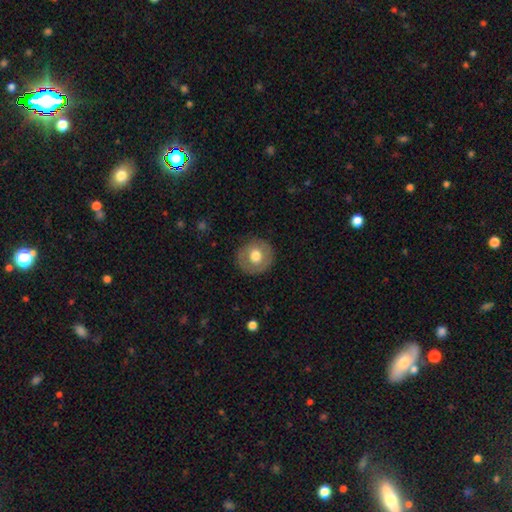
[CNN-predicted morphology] The model was most divided on "smooth or featured": smooth: 67%, featured or disk: 26%, star or artifact: 7%. More confident: how rounded — round (92%); merging — none (87%).